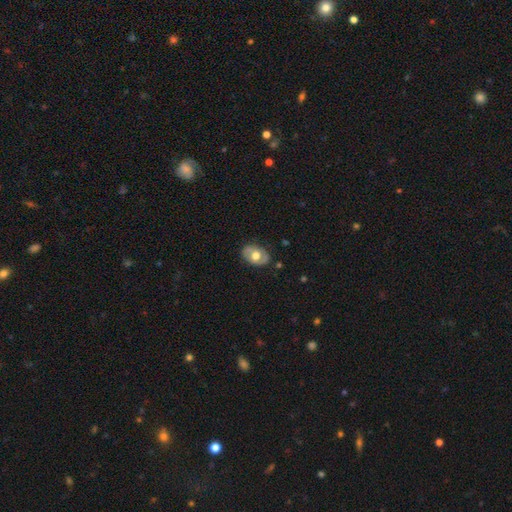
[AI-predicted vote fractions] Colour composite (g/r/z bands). It shows a smooth galaxy with no disk features (50%). Merging: none (81%).